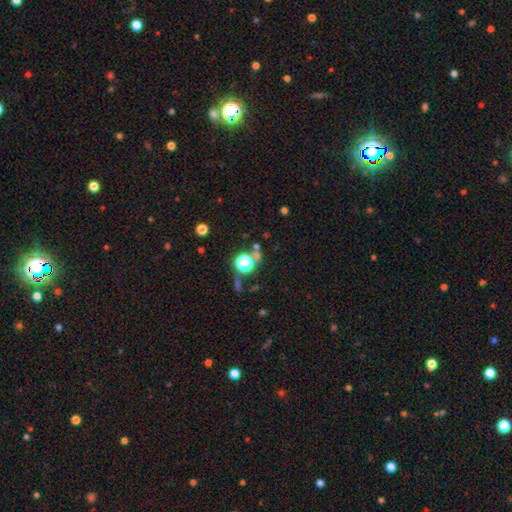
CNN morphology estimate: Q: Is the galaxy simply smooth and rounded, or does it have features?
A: star or artifact — 58%.